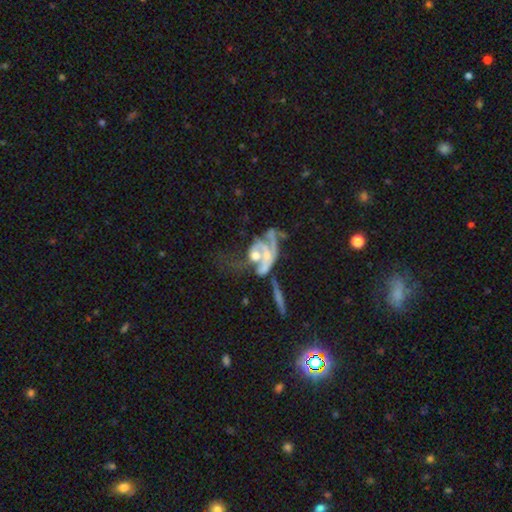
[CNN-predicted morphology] smooth-or-featured: featured or disk: 72% | smooth: 20% | star or artifact: 9%
  disk-edge-on: no: 93% | yes: 7%
    bar: no: 71% | weak: 21% | strong: 8%
    has-spiral-arms: yes: 62% | no: 38%
    bulge-size: moderate: 52% | small: 23% | large: 12% | none: 11% | dominant: 2%
  merging: merger: 55% | major disturbance: 26% | none: 11% | minor disturbance: 8%